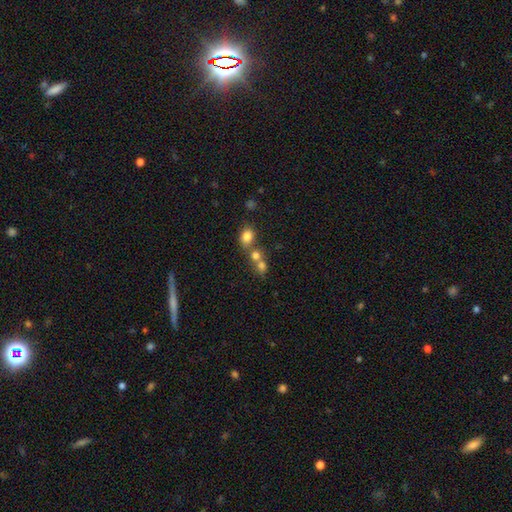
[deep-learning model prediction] smooth-or-featured: smooth: 75% | star or artifact: 14% | featured or disk: 11%
  how-rounded: round: 70% | in between: 29% | cigar-shaped: 1%
  merging: merger: 51% | none: 39% | minor disturbance: 7% | major disturbance: 3%